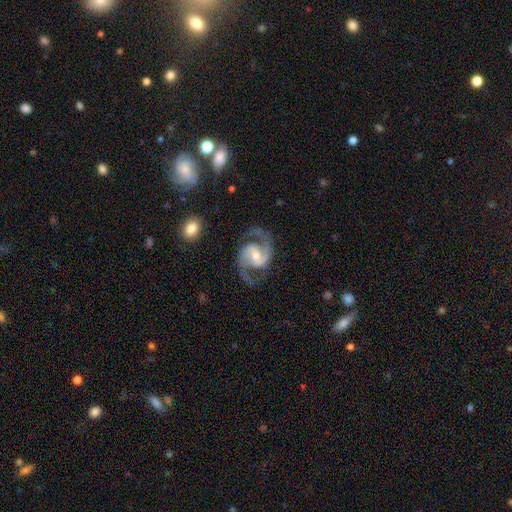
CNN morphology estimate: smooth_or_featured: featured or disk (p=0.93) [alt: star or artifact p=0.04]
disk_edge_on: no (p=0.98) [alt: yes p=0.02]
bar: weak (p=0.46) [alt: no p=0.37]
has_spiral_arms: yes (p=0.98) [alt: no p=0.02]
spiral_winding: medium (p=0.65) [alt: loose p=0.21]
spiral_arm_count: 2 (p=0.94) [alt: can't tell p=0.01]
bulge_size: moderate (p=0.62) [alt: small p=0.31]
merging: none (p=0.79) [alt: minor disturbance p=0.12]